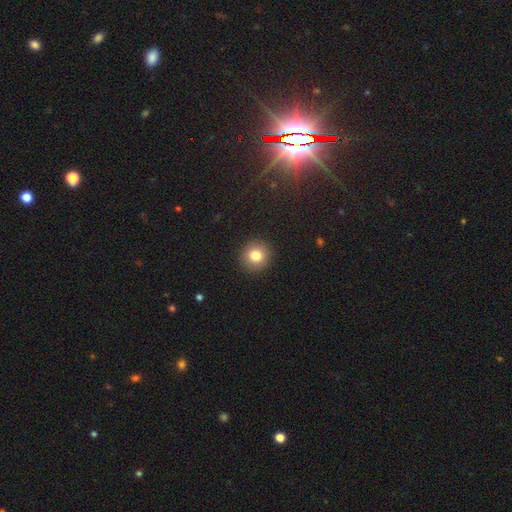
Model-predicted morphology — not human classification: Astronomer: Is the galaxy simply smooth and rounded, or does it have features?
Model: smooth — 82%.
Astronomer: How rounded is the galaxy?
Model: round — 90%.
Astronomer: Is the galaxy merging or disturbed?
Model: none — 92%.